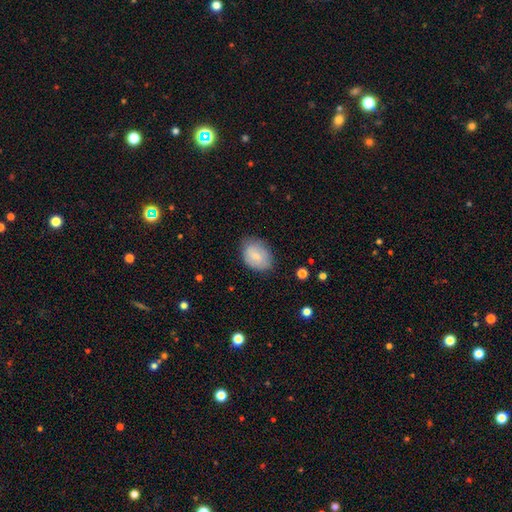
Overall: smooth (70%). How rounded: in between (86%). Merging: none (68%; minor disturbance 30%).